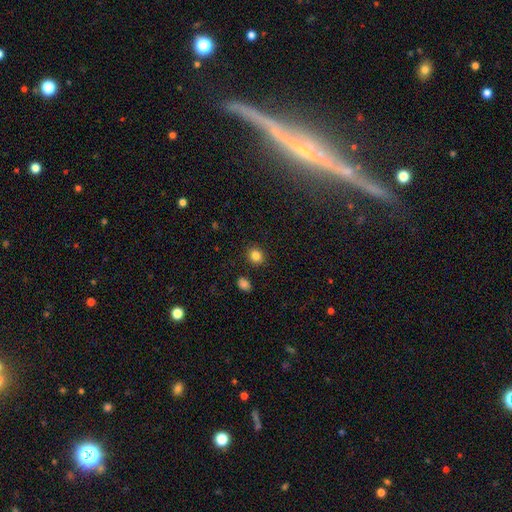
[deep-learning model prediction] smooth 84%, star or artifact 11%, featured or disk 5%. Down the decision tree: how rounded — round (68%); merging — none (88%).